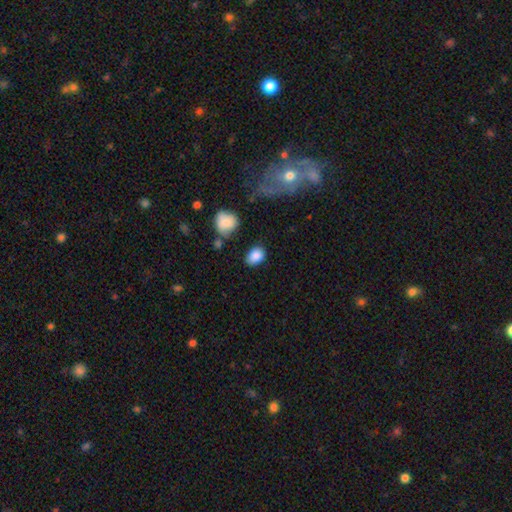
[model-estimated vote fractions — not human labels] This appears to be a smooth galaxy with no disk features (86%) that is in between round and cigar-shaped (71%). Merging: none (77%).